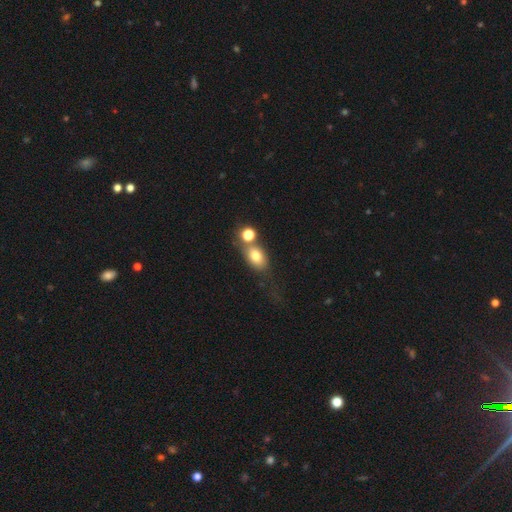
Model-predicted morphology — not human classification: smooth 74%, featured or disk 14%, star or artifact 11%. Down the decision tree: how rounded — in between (68%); merging — none (44%).